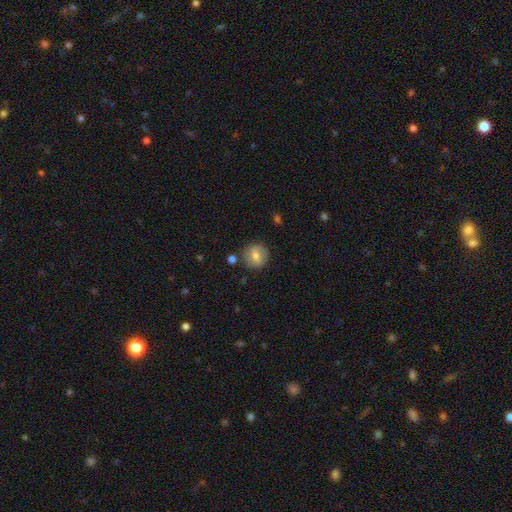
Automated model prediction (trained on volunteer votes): Smooth or featured?
  - smooth: 64% *
  - featured or disk: 28%
  - star or artifact: 8%
How rounded?
  - round: 89% *
  - in between: 10%
  - cigar-shaped: 1%
Merging?
  - none: 84% *
  - minor disturbance: 10%
  - merger: 3%
  - major disturbance: 3%